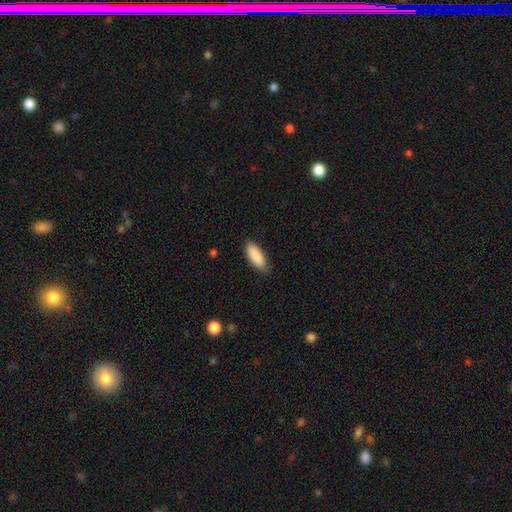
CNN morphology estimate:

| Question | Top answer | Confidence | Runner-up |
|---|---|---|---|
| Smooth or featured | smooth | 90% | star or artifact (6%) |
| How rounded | in between | 79% | cigar-shaped (20%) |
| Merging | none | 84% | minor disturbance (13%) |